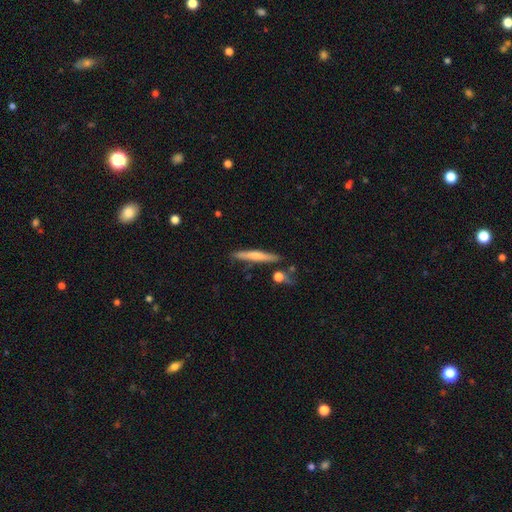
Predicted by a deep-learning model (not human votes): Morphology: type=smooth (59%); roundness=cigar-shaped (94%); merging=none (81%).